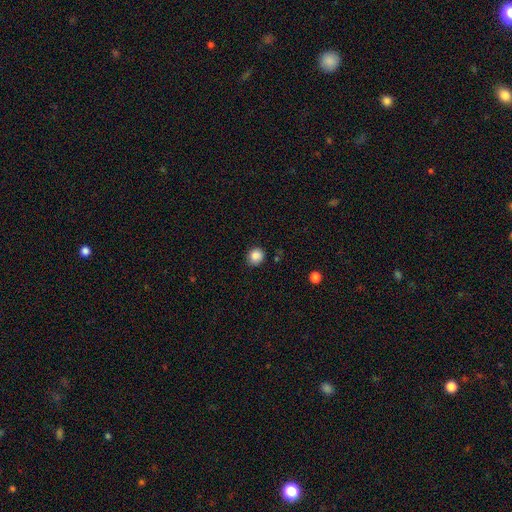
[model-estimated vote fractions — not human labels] smooth-or-featured: smooth: 86% | star or artifact: 10% | featured or disk: 4%
  how-rounded: round: 82% | in between: 18% | cigar-shaped: 1%
  merging: none: 85% | minor disturbance: 10% | major disturbance: 3% | merger: 2%